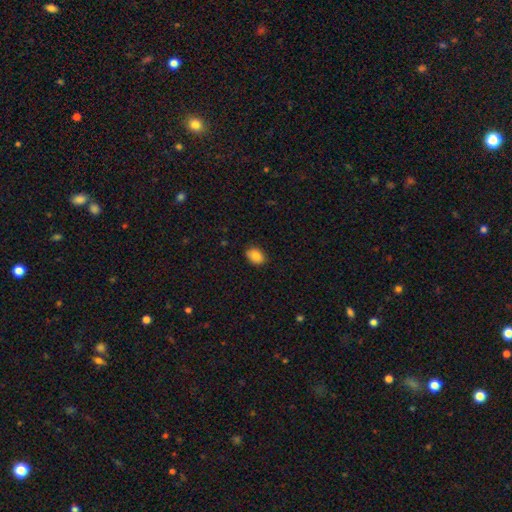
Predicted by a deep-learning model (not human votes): smooth 85%, star or artifact 8%, featured or disk 7%. Down the decision tree: how rounded — in between (74%); merging — none (87%).